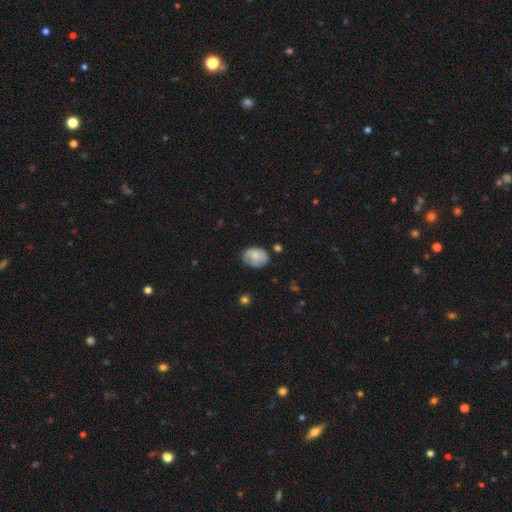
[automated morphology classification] The model was most divided on "how rounded": in between: 66%, round: 33%, cigar-shaped: 1%. More confident: merging — none (66%); smooth or featured — smooth (64%).